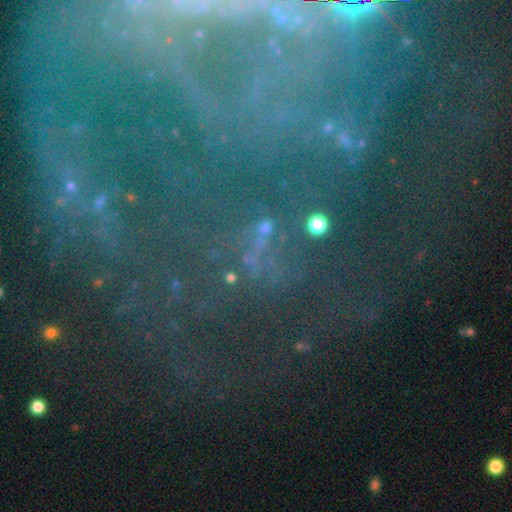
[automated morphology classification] Smooth or featured: star or artifact — 44% (featured or disk — 43%)